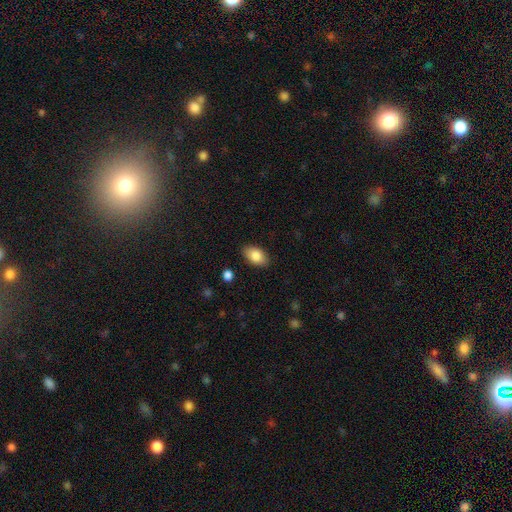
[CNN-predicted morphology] Smooth or featured? smooth (86%)
How rounded? in between (92%)
Merging? none (87%)